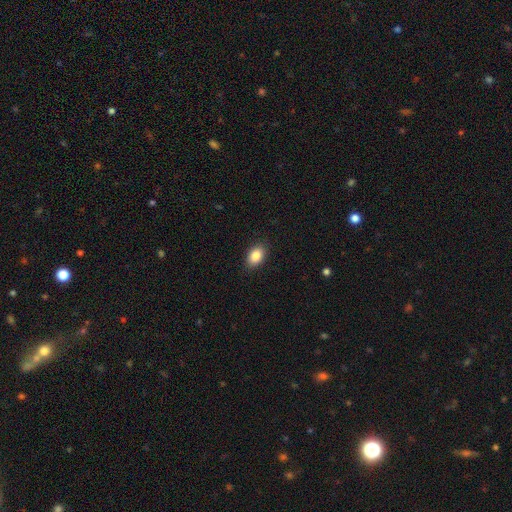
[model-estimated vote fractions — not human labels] Smooth or featured?
  - smooth: 86% *
  - star or artifact: 8%
  - featured or disk: 6%
How rounded?
  - in between: 87% *
  - round: 11%
  - cigar-shaped: 1%
Merging?
  - none: 88% *
  - minor disturbance: 9%
  - major disturbance: 2%
  - merger: 1%